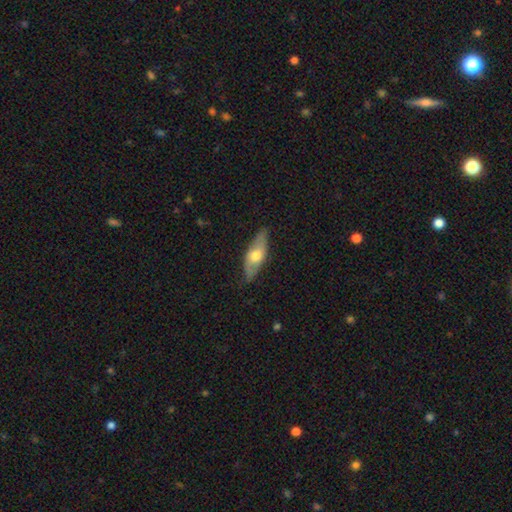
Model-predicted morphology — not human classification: The model was most divided on "smooth or featured": smooth: 51%, featured or disk: 43%, star or artifact: 5%. More confident: merging — none (76%); how rounded — in between (65%).